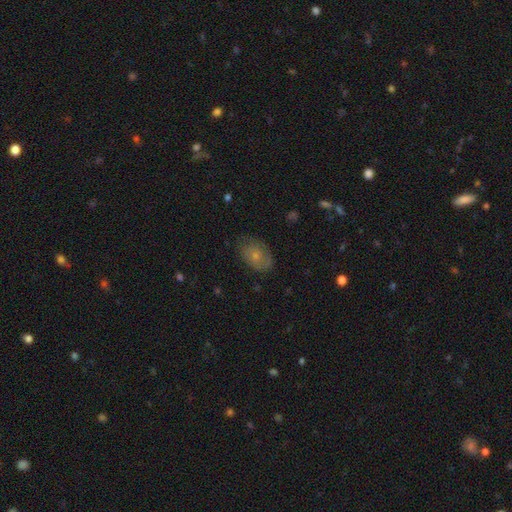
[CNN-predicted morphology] smooth_or_featured: smooth (p=0.60) [alt: featured or disk p=0.32]
how_rounded: in between (p=0.82) [alt: round p=0.16]
merging: none (p=0.69) [alt: minor disturbance p=0.22]